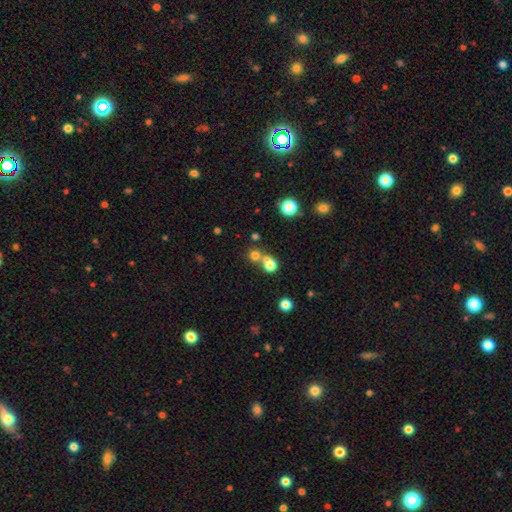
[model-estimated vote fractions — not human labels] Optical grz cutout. It shows a smooth galaxy with no disk features (72%) that is round (87%). Merging: none (49%).